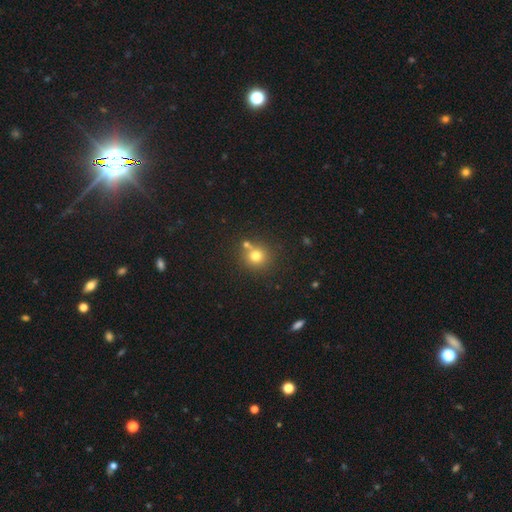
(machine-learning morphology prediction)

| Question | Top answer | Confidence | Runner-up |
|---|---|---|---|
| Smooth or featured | smooth | 76% | star or artifact (15%) |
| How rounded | round | 90% | in between (9%) |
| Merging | none | 67% | merger (20%) |